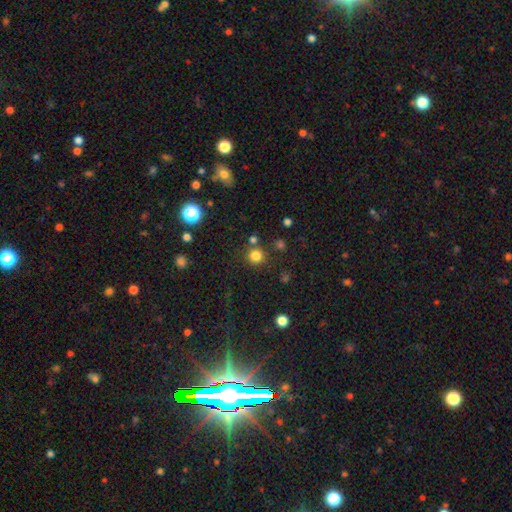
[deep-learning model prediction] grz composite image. It shows a smooth galaxy with no disk features (80%) that is round (94%). Merging: none (83%).